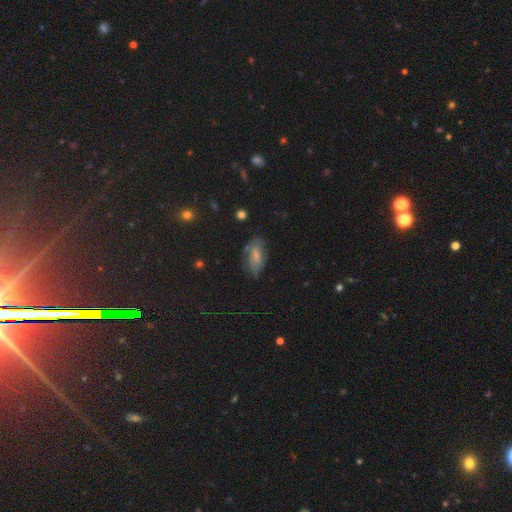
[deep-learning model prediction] This is possibly a smooth galaxy (56%). How rounded: clearly in between (87%). Merging: likely none (64%).